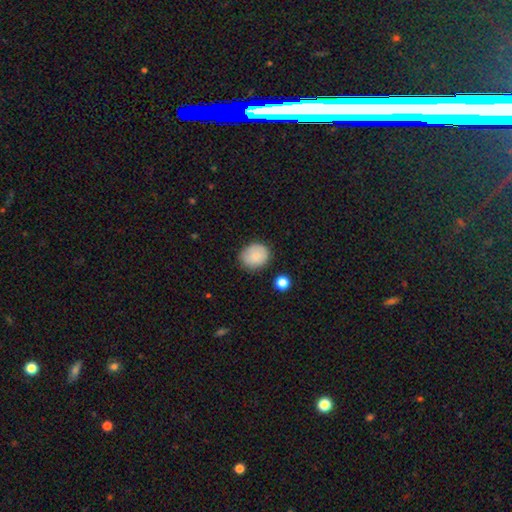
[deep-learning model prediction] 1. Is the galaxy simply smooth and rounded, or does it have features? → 83% smooth, 9% featured or disk, 8% star or artifact.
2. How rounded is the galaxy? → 69% round, 30% in between, 1% cigar-shaped.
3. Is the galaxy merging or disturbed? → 81% none, 14% minor disturbance, 3% major disturbance, 2% merger.